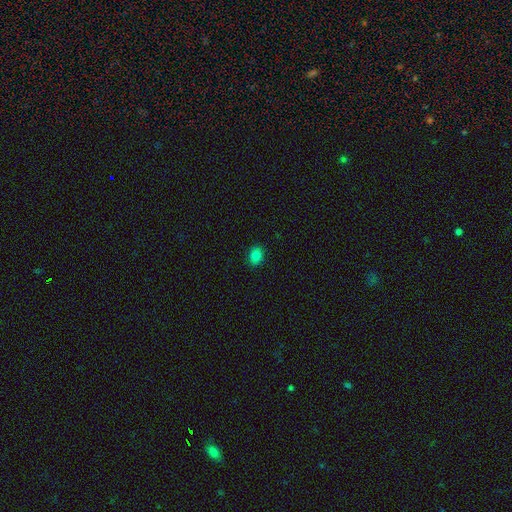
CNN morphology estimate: Smooth or featured?
  - smooth: 83% *
  - star or artifact: 12%
  - featured or disk: 5%
How rounded?
  - in between: 62% *
  - round: 37%
  - cigar-shaped: 1%
Merging?
  - none: 89% *
  - minor disturbance: 8%
  - major disturbance: 2%
  - merger: 1%